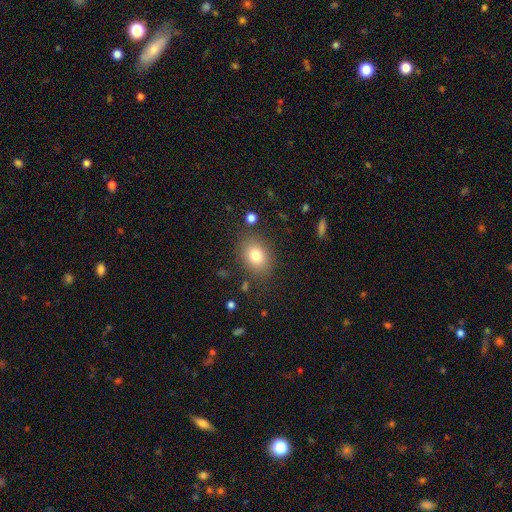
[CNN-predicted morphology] smooth-or-featured: smooth: 80% | star or artifact: 10% | featured or disk: 10%
  how-rounded: in between: 66% | round: 33% | cigar-shaped: 1%
  merging: none: 81% | minor disturbance: 12% | major disturbance: 5% | merger: 3%